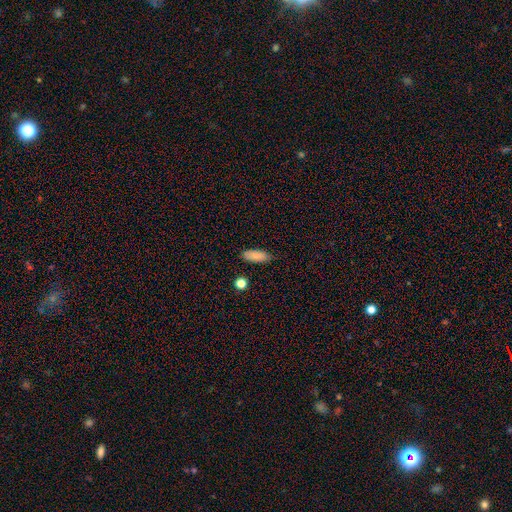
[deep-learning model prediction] Smooth or featured? smooth (86%)
How rounded? in between (74%)
Merging? none (83%)